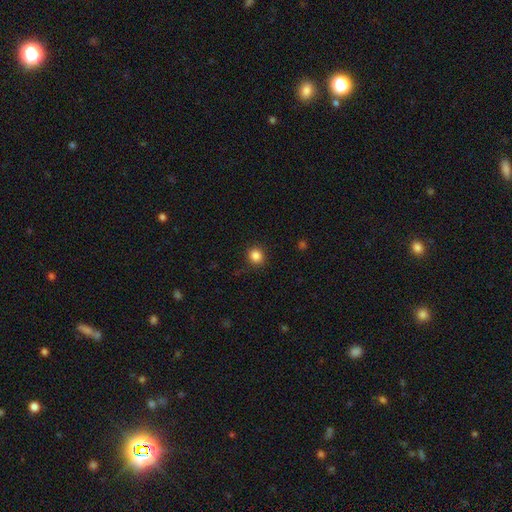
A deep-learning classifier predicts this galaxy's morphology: Smooth or featured? smooth (85%)
How rounded? round (86%)
Merging? none (88%)